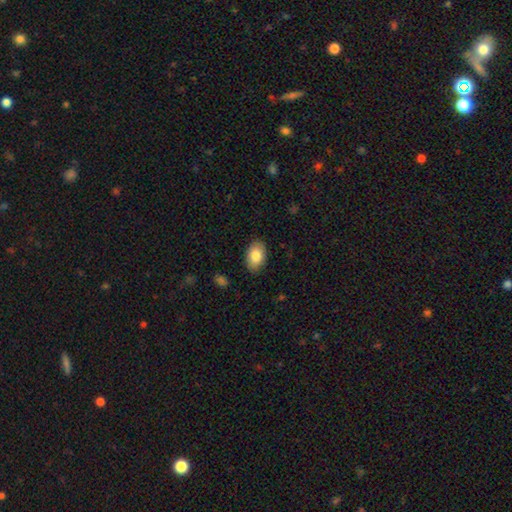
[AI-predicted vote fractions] smooth-or-featured: smooth: 83% | featured or disk: 10% | star or artifact: 6%
  how-rounded: in between: 91% | round: 8% | cigar-shaped: 1%
  merging: none: 87% | minor disturbance: 10% | major disturbance: 2% | merger: 1%